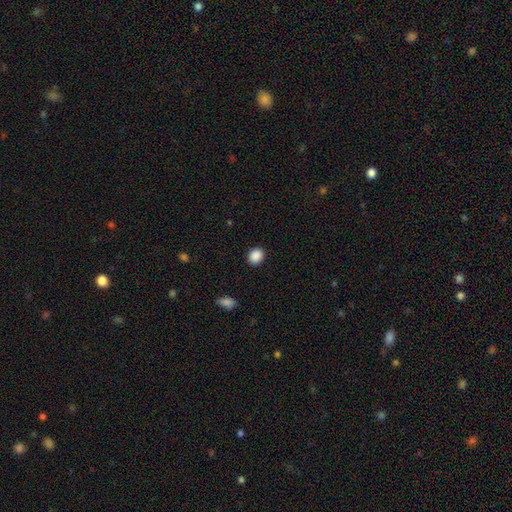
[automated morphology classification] Q: Smooth or featured?
A: smooth (89%); runner-up: star or artifact (8%)
Q: How rounded?
A: round (53%); runner-up: in between (46%)
Q: Merging?
A: none (89%); runner-up: minor disturbance (8%)